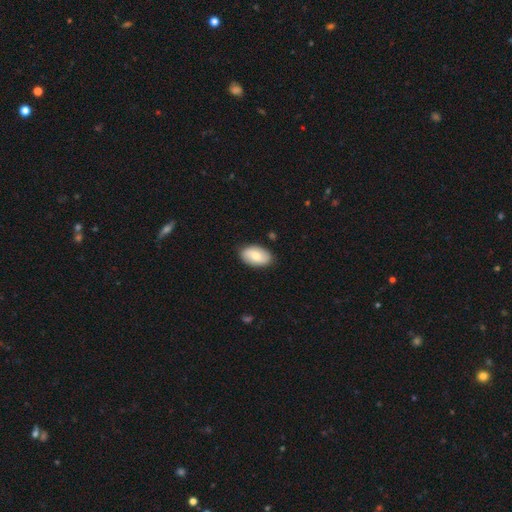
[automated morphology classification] Smooth or featured: smooth — 65% (featured or disk — 29%)
How rounded: in between — 93% (round — 5%)
Merging: none — 86% (minor disturbance — 11%)